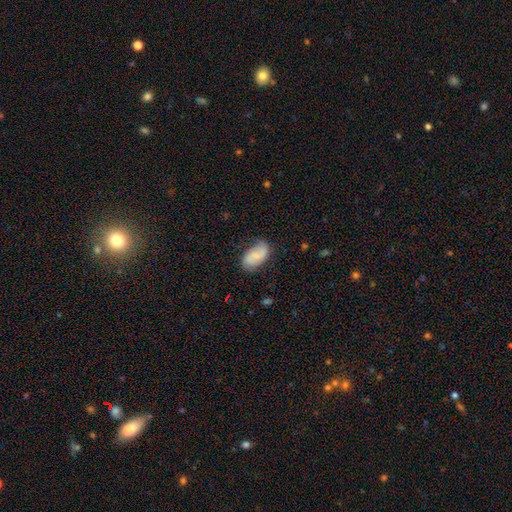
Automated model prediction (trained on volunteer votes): smooth-or-featured: smooth: 59% | featured or disk: 33% | star or artifact: 8%
  how-rounded: in between: 93% | round: 5% | cigar-shaped: 2%
  merging: none: 69% | minor disturbance: 23% | major disturbance: 6% | merger: 2%